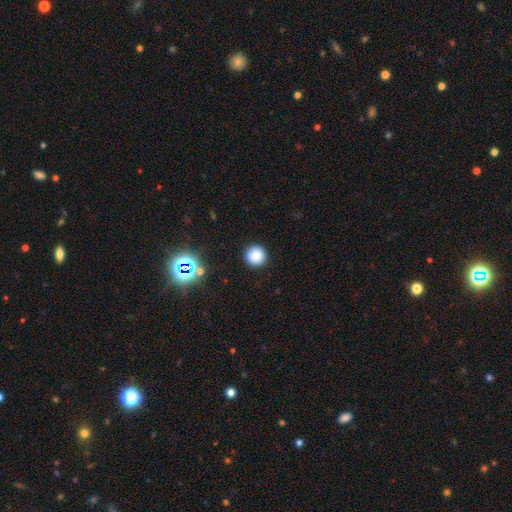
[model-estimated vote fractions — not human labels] smooth-or-featured: smooth: 83% | star or artifact: 13% | featured or disk: 4%
  how-rounded: round: 96% | in between: 3% | cigar-shaped: 1%
  merging: none: 92% | minor disturbance: 5% | major disturbance: 2% | merger: 1%